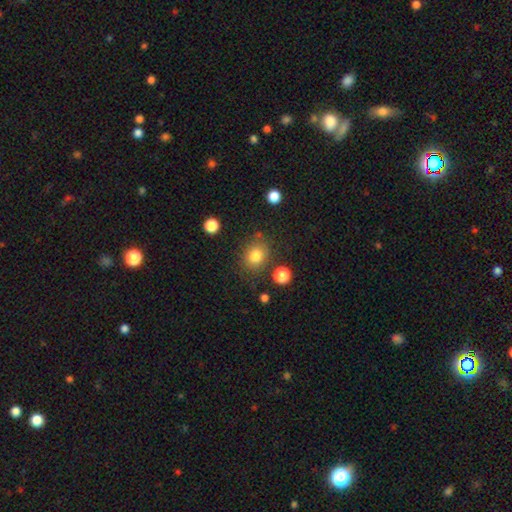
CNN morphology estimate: A smooth galaxy with no disk features (81%) that is round (61%).

Vote fractions:
- Smooth or featured? smooth: 81% / star or artifact: 11% / featured or disk: 7%
- How rounded? round: 61% / in between: 38% / cigar-shaped: 1%
- Merging? none: 79% / minor disturbance: 12% / major disturbance: 4% / merger: 4%